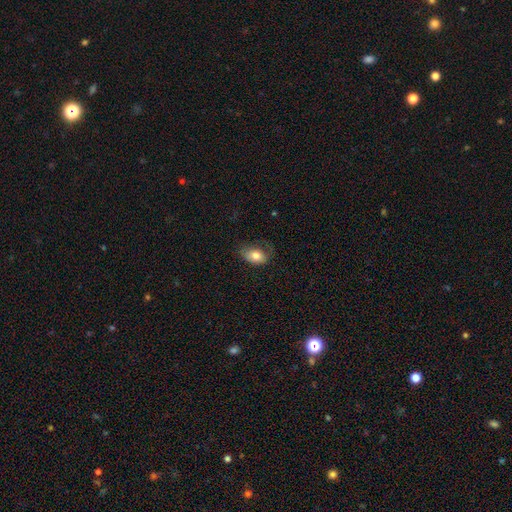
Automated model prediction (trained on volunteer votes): smooth-or-featured: smooth: 79% | featured or disk: 14% | star or artifact: 8%
  how-rounded: in between: 87% | round: 12% | cigar-shaped: 2%
  merging: none: 50% | minor disturbance: 30% | major disturbance: 19% | merger: 2%